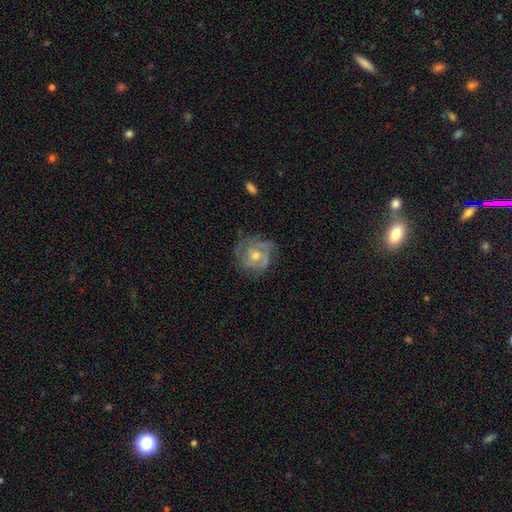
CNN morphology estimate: Smooth or featured?
  - featured or disk: 76% *
  - smooth: 15%
  - star or artifact: 9%
Edge-on disk?
  - no: 97% *
  - yes: 3%
Bar?
  - no: 72% *
  - weak: 23%
  - strong: 4%
Spiral arms?
  - yes: 89% *
  - no: 11%
Spiral winding?
  - tight: 55% *
  - medium: 35%
  - loose: 10%
Spiral arm count?
  - 3: 32% *
  - can't tell: 30%
  - 2: 17%
  - 4: 11%
  - 1: 5%
  - more than 4: 5%
Bulge size?
  - moderate: 65% *
  - small: 28%
  - large: 4%
  - none: 2%
  - dominant: 1%
Merging?
  - none: 71% *
  - minor disturbance: 18%
  - major disturbance: 9%
  - merger: 2%